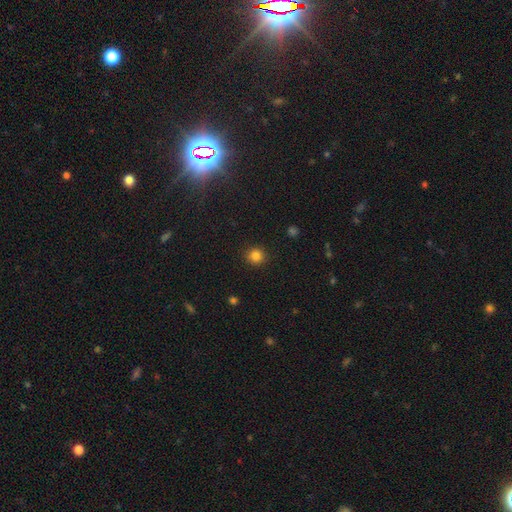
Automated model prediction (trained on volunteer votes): Smooth or featured? smooth (83%)
How rounded? round (92%)
Merging? none (91%)